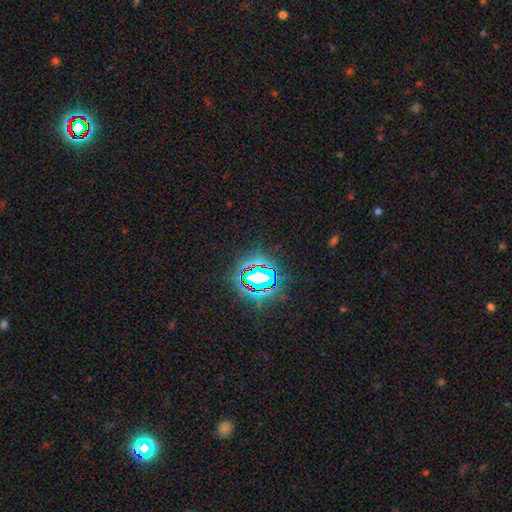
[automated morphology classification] Overall: star or artifact (80%).